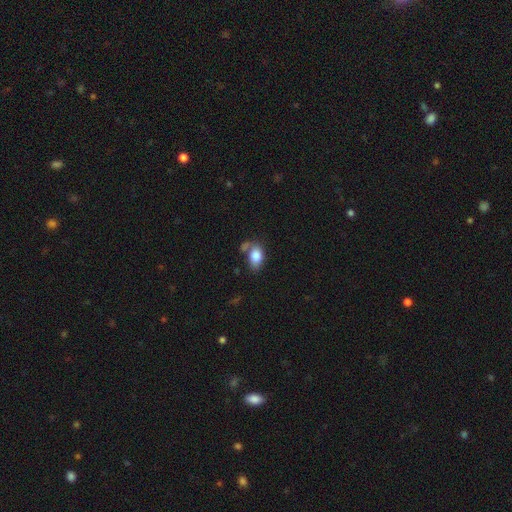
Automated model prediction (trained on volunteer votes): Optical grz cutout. It shows a smooth galaxy with no disk features (83%) that is in between round and cigar-shaped (85%). Merging: none (44%).